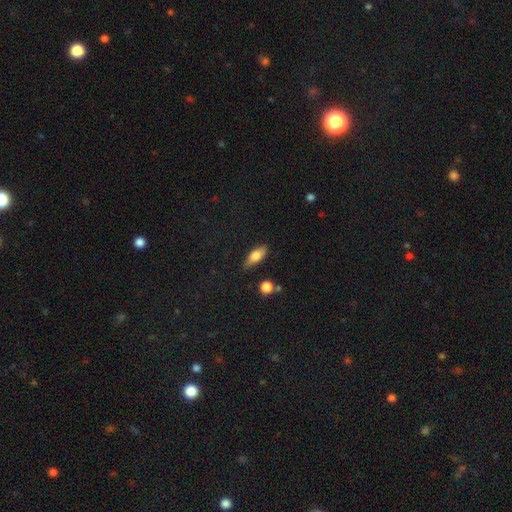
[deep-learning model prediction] This is likely a smooth galaxy (71%). How rounded: likely in between (71%). Merging: likely none (79%).